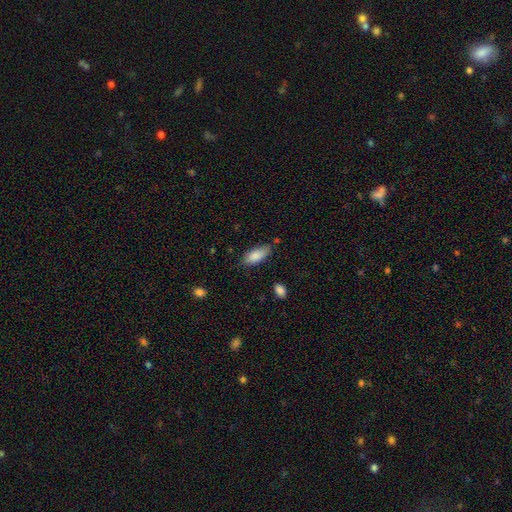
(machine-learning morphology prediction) type=smooth (86%); roundness=in between (82%); merging=none (73%).